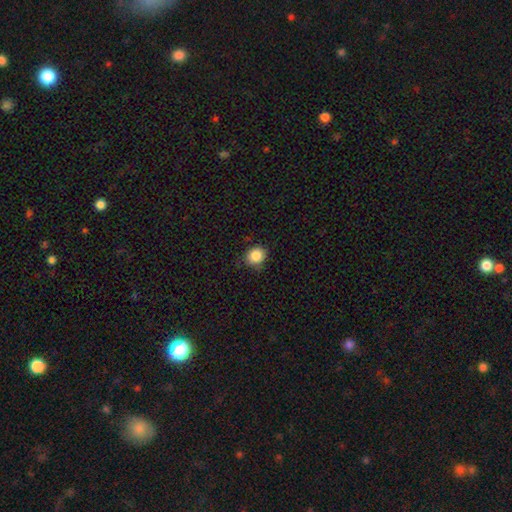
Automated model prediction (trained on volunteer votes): smooth-or-featured: smooth: 86% | star or artifact: 10% | featured or disk: 5%
  how-rounded: round: 69% | in between: 30% | cigar-shaped: 1%
  merging: none: 76% | minor disturbance: 19% | major disturbance: 3% | merger: 1%